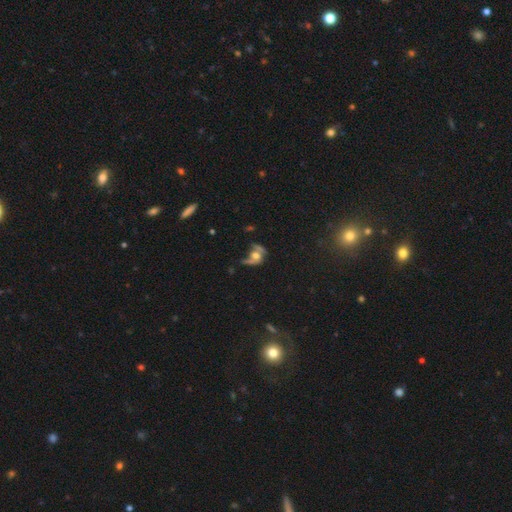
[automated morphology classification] The model was most divided on "merging": major disturbance: 39%, none: 24%, merger: 20%, minor disturbance: 17%. More confident: edge-on disk — no (92%); smooth or featured — featured or disk (51%).